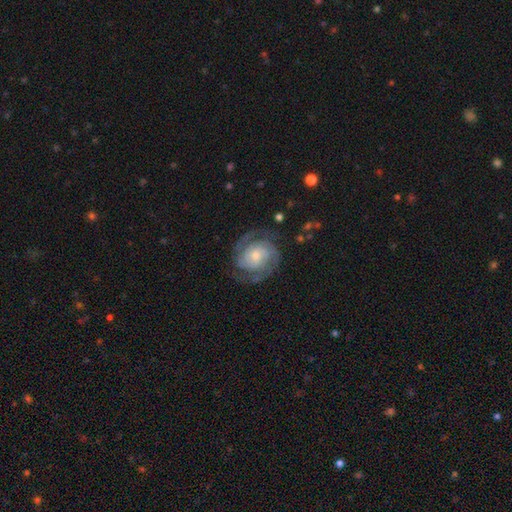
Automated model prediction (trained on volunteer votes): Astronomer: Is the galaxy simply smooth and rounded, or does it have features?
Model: featured or disk — 87%.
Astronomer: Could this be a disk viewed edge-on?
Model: no — 98%.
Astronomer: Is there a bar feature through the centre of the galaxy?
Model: no — 65%.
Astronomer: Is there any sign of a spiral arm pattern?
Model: yes — 97%.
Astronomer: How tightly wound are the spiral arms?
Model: tight — 59%.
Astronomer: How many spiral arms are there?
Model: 2 — 65%.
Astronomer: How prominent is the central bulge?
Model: small — 51% (runner-up: moderate, 38%).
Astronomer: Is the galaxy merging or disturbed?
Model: none — 76%.